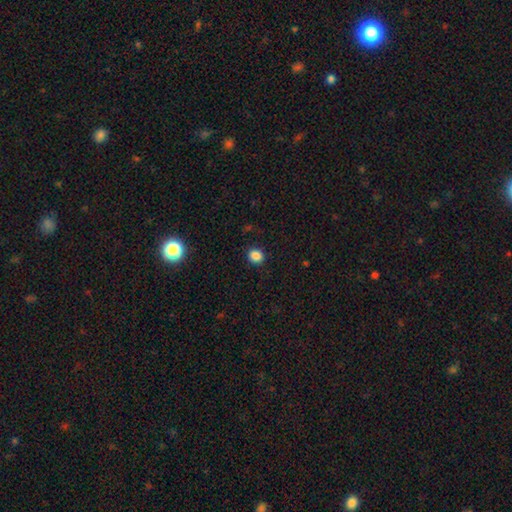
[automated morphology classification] This is clearly a smooth galaxy (85%). How rounded: likely round (75%). Merging: clearly none (89%).